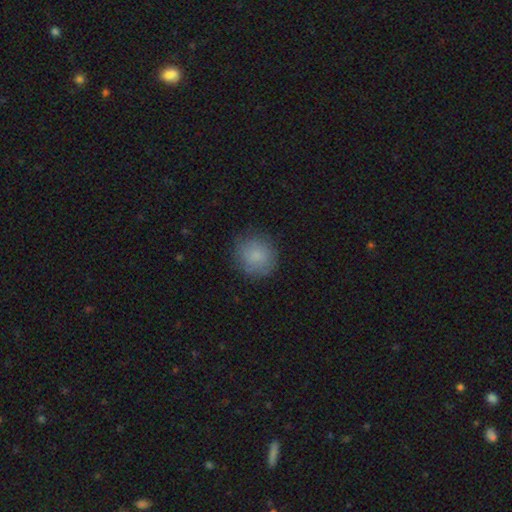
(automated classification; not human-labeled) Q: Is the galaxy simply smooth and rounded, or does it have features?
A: smooth — 84%.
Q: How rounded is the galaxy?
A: round — 89%.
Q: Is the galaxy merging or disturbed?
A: none — 82%.